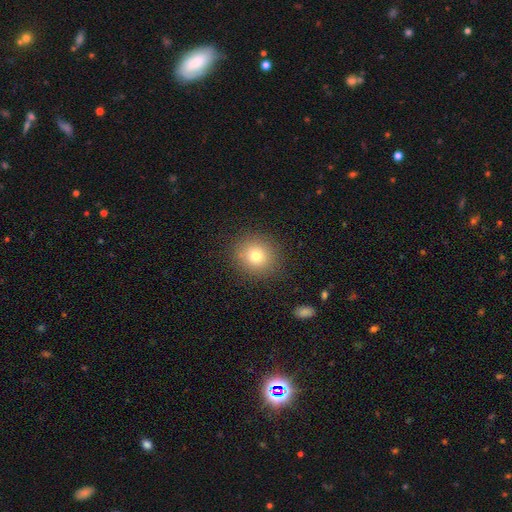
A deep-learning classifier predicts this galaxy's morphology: This appears to be a smooth galaxy with no disk features (76%) that is round (90%). Merging: none (88%).